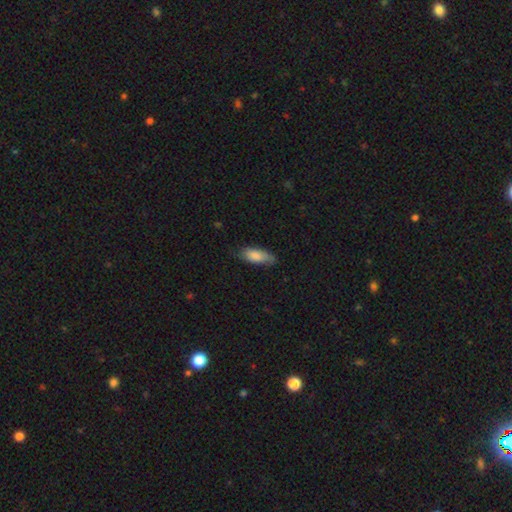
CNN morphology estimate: type=smooth (83%); roundness=in between (75%); merging=none (70%).